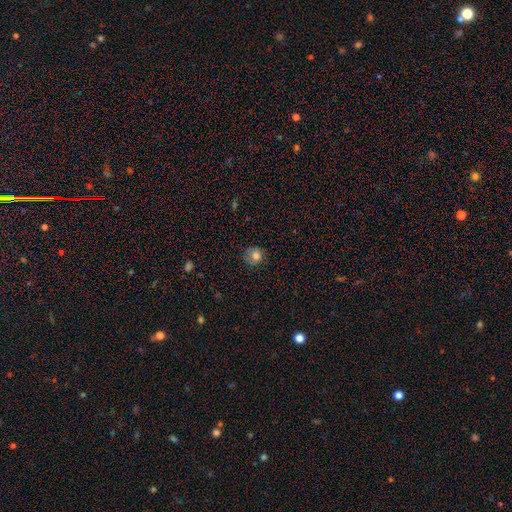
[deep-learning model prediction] Smooth or featured? smooth (81%)
How rounded? round (87%)
Merging? none (73%)